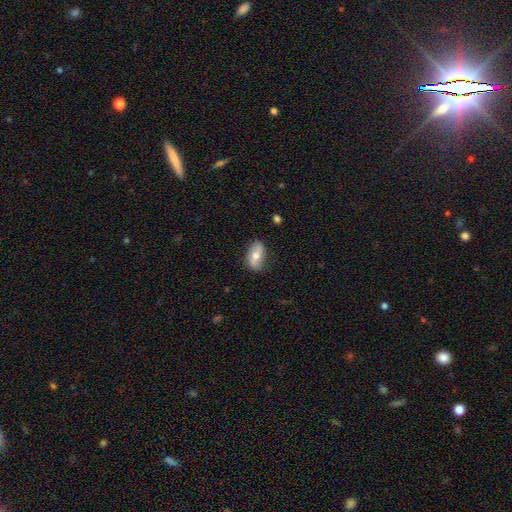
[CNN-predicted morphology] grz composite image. It shows a smooth galaxy with no disk features (58%) that is in between round and cigar-shaped (89%). Merging: none (74%).